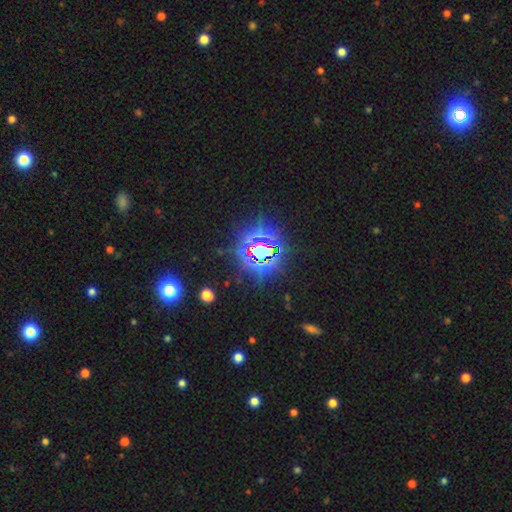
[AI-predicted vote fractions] Smooth or featured? Predicted: star or artifact (p=0.79).